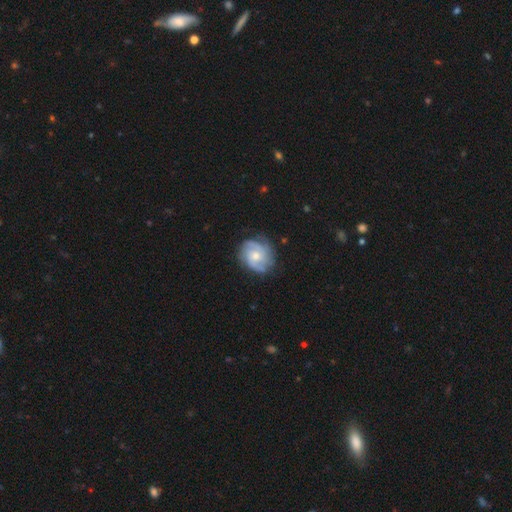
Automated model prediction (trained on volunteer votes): This appears to be a featured or disk galaxy (75%) with no bar (74%), 3 (33%) tight (45%) spiral arms (93%) and a moderate central bulge (56%). Merging: none (73%).